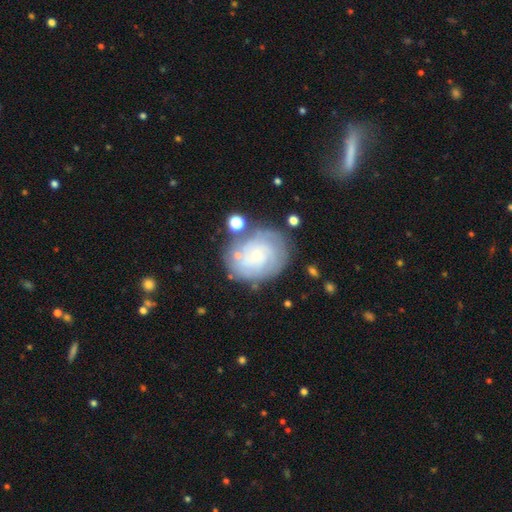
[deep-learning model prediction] Smooth or featured? Predicted: featured or disk (p=0.62). Edge-on disk? Predicted: no (p=0.98). Bar? Predicted: no (p=0.78). Spiral arms? Predicted: yes (p=0.83). Spiral winding? Predicted: tight (p=0.67). Spiral arm count? Predicted: can't tell (p=0.51). Bulge size? Predicted: small (p=0.72). Merging? Predicted: none (p=0.65).